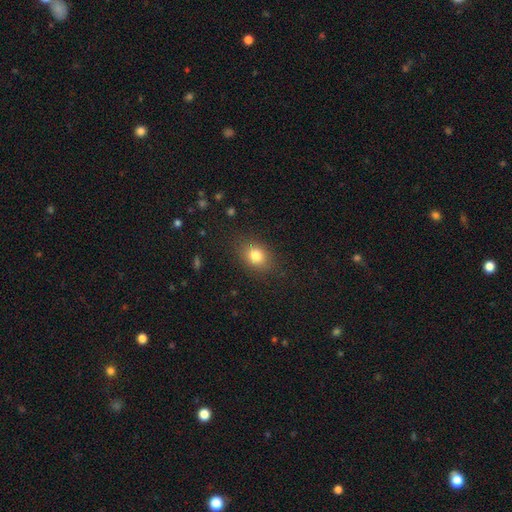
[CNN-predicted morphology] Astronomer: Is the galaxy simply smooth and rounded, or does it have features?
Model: smooth — 81%.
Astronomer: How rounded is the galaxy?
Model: in between — 57% (runner-up: round, 41%).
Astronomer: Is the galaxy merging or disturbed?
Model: none — 85%.